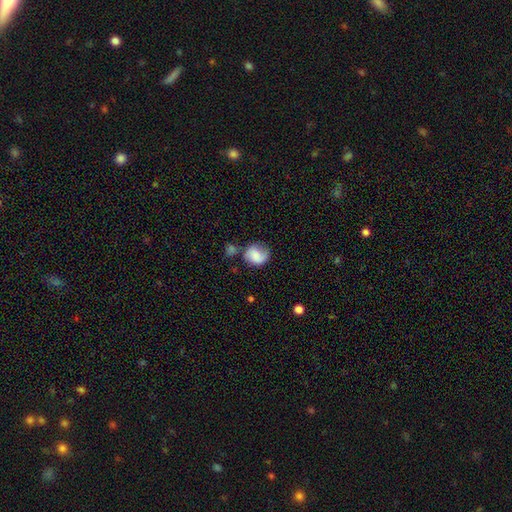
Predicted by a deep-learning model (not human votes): smooth_or_featured: smooth (p=0.70) [alt: featured or disk p=0.22]
how_rounded: round (p=0.67) [alt: in between p=0.32]
merging: none (p=0.48) [alt: minor disturbance p=0.27]